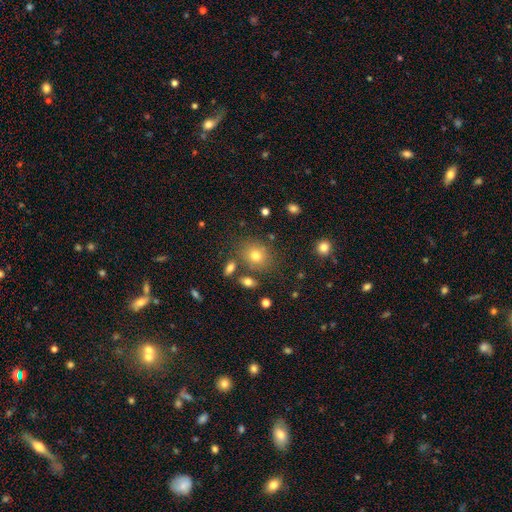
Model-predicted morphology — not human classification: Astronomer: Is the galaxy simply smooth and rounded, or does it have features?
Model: smooth — 74%.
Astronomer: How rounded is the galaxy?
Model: round — 66%.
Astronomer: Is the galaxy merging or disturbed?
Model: none — 74%.